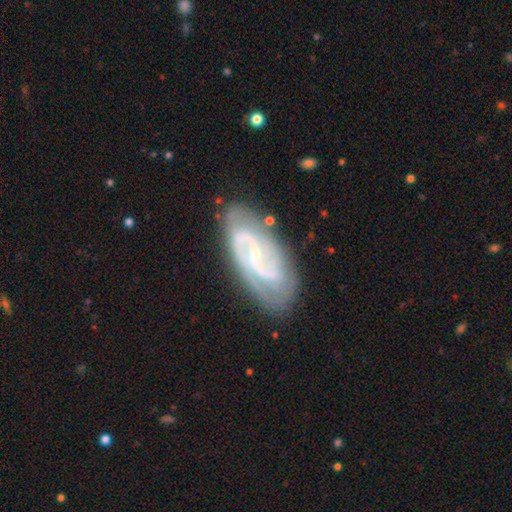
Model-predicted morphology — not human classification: This is clearly a featured or disk galaxy (85%). It is clearly not viewed edge-on (95%). Bar: possibly weak (46%). Spiral arm pattern: clearly yes (95%). Spiral arm count: likely 2 (74%). Spiral winding: possibly medium (48%). Central bulge: likely small (77%). Merging: likely none (77%).